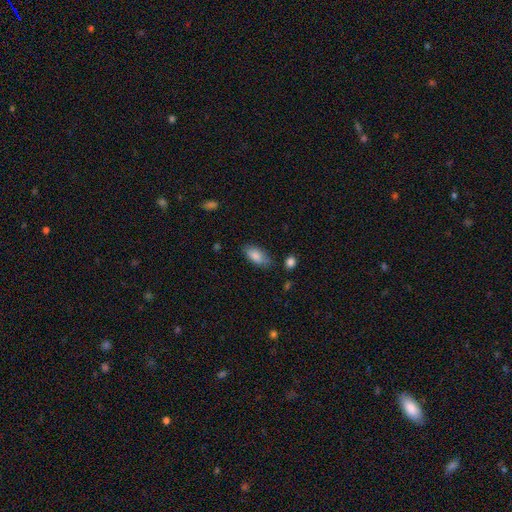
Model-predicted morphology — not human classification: type=smooth (85%); roundness=in between (89%); merging=none (74%).